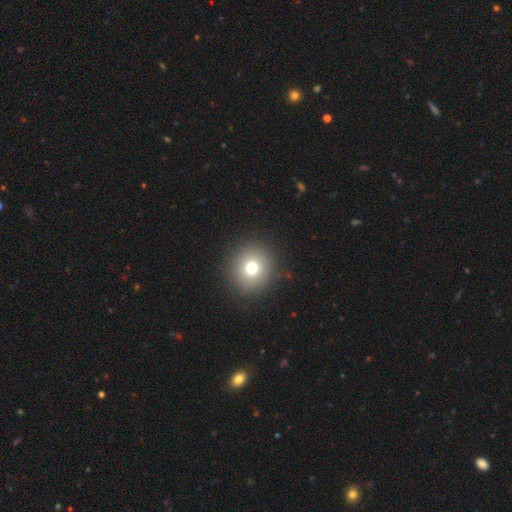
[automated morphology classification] This is likely a smooth galaxy (73%). How rounded: clearly round (92%). Merging: clearly none (92%).